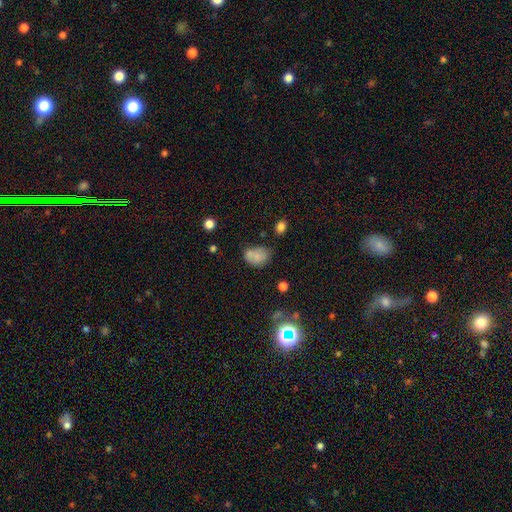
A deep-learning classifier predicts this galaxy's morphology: Smooth or featured? Predicted: smooth (p=0.74). How rounded? Predicted: in between (p=0.73). Merging? Predicted: none (p=0.45).